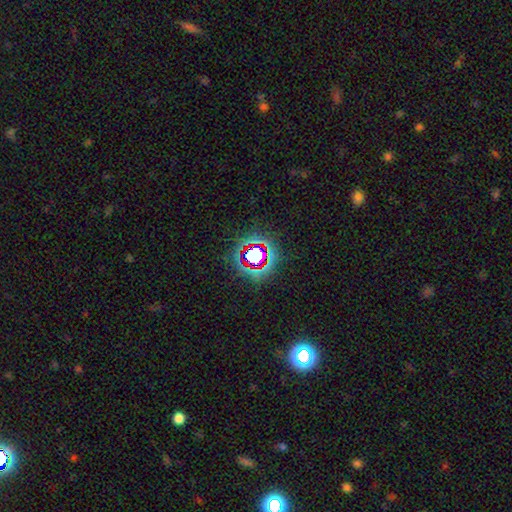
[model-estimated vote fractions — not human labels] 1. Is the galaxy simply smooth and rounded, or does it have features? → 70% star or artifact, 19% smooth, 11% featured or disk.